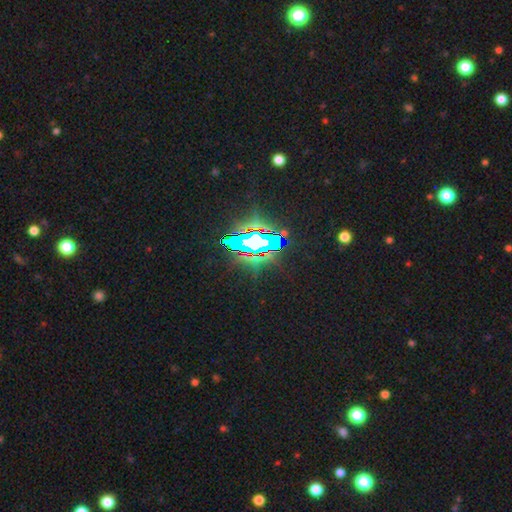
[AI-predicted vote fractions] Smooth or featured: star or artifact — 74% (smooth — 14%)